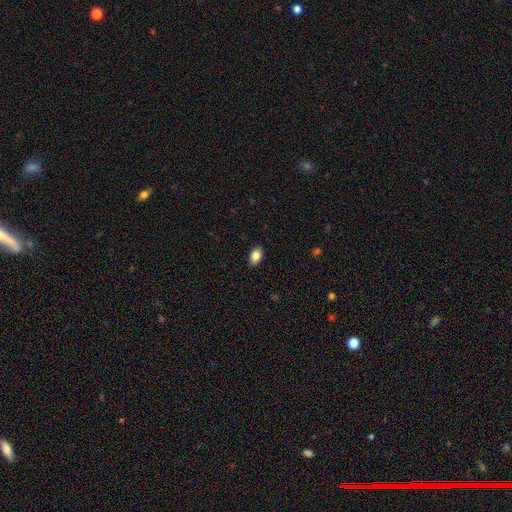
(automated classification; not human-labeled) Morphology: type=smooth (86%); roundness=in between (87%); merging=none (88%).